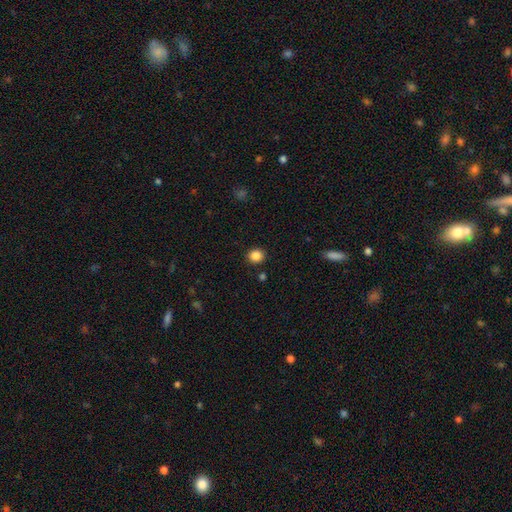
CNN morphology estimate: smooth_or_featured: smooth (p=0.85) [alt: star or artifact p=0.11]
how_rounded: round (p=0.86) [alt: in between p=0.13]
merging: none (p=0.90) [alt: minor disturbance p=0.06]